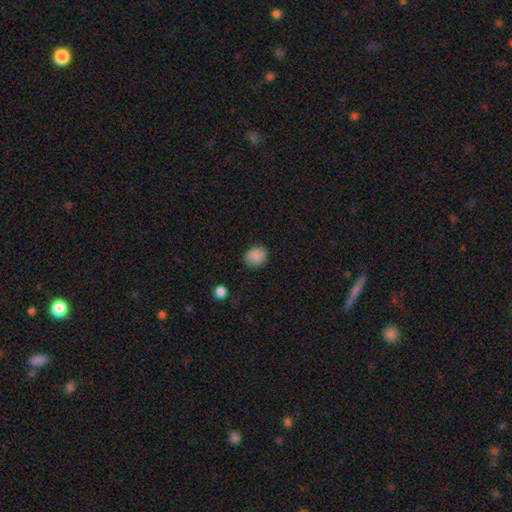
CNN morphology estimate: smooth 85%, star or artifact 9%, featured or disk 6%. Down the decision tree: how rounded — round (63%); merging — none (80%).